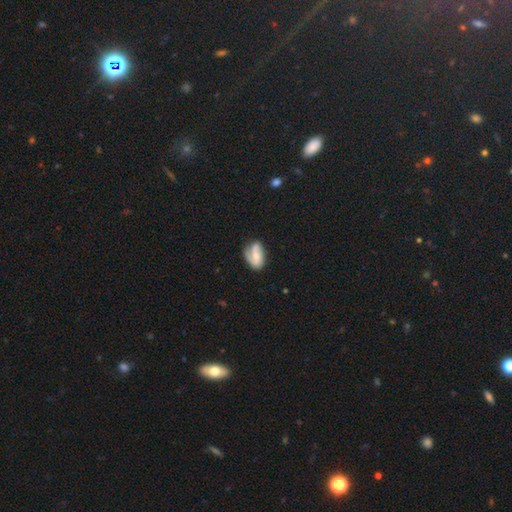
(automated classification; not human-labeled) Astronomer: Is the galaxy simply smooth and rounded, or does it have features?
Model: featured or disk — 52% (runner-up: smooth, 40%).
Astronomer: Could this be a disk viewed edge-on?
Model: no — 96%.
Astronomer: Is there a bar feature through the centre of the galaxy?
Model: no — 57%.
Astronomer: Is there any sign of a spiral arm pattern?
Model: yes — 82%.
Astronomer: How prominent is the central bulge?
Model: small — 47% (runner-up: moderate, 39%).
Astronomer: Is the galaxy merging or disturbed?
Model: none — 50% (runner-up: minor disturbance, 30%).